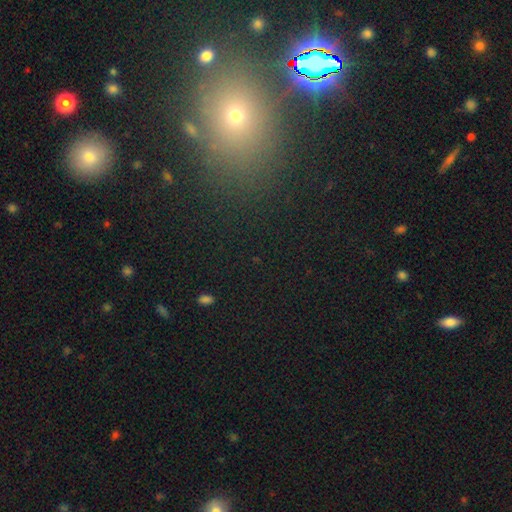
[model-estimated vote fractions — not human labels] Smooth or featured: star or artifact — 58% (smooth — 31%)